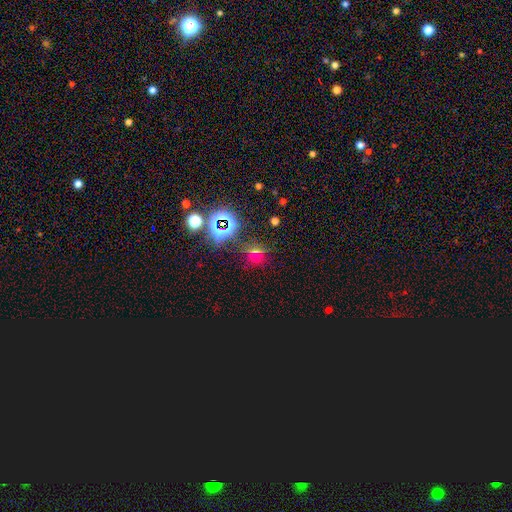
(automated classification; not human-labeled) This is possibly a star or artifact rather than a galaxy (56%).